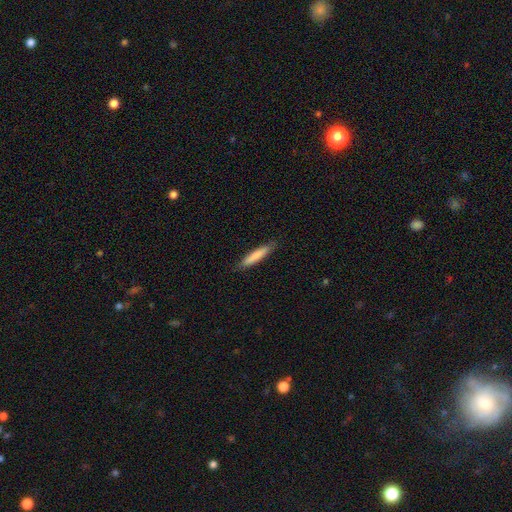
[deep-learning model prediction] The model was most divided on "smooth or featured": smooth: 80%, featured or disk: 15%, star or artifact: 6%. More confident: how rounded — cigar-shaped (90%); merging — none (87%).